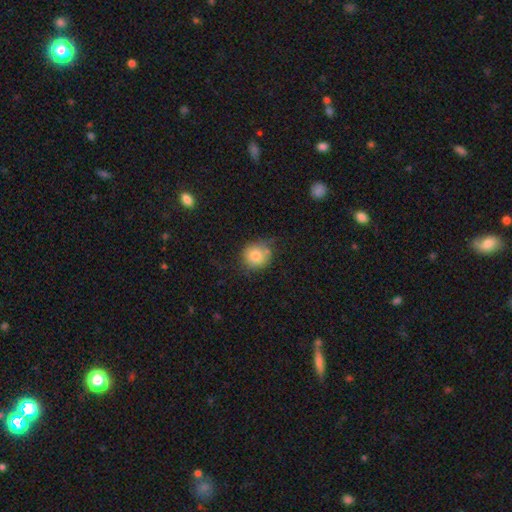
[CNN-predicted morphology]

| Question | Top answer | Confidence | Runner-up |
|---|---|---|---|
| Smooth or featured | smooth | 80% | featured or disk (11%) |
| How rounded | round | 87% | in between (12%) |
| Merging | none | 63% | minor disturbance (26%) |